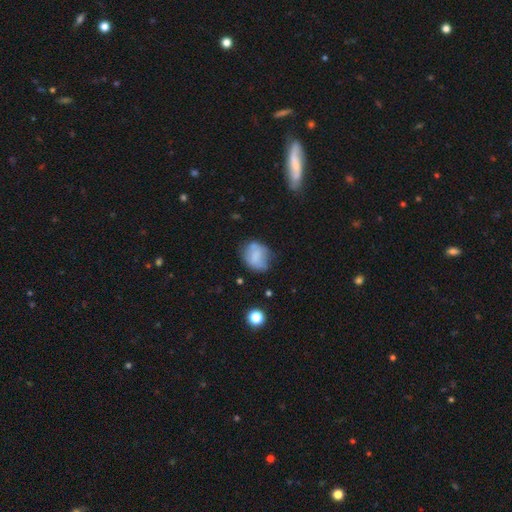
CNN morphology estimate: Smooth or featured?
  - smooth: 65% *
  - featured or disk: 26%
  - star or artifact: 9%
How rounded?
  - in between: 52% *
  - round: 47%
  - cigar-shaped: 1%
Merging?
  - none: 54% *
  - minor disturbance: 30%
  - major disturbance: 11%
  - merger: 5%